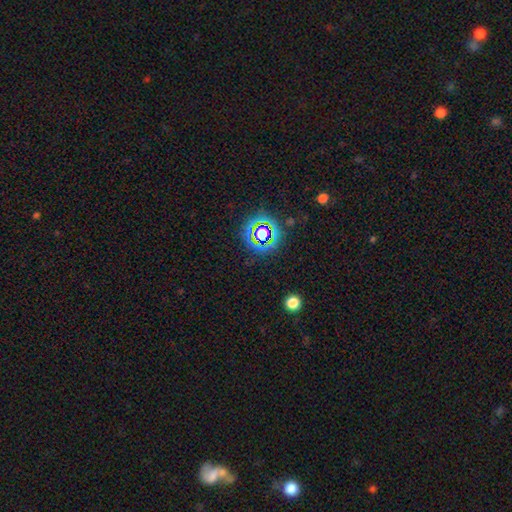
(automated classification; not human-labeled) Overall: star or artifact (64%; smooth 26%).